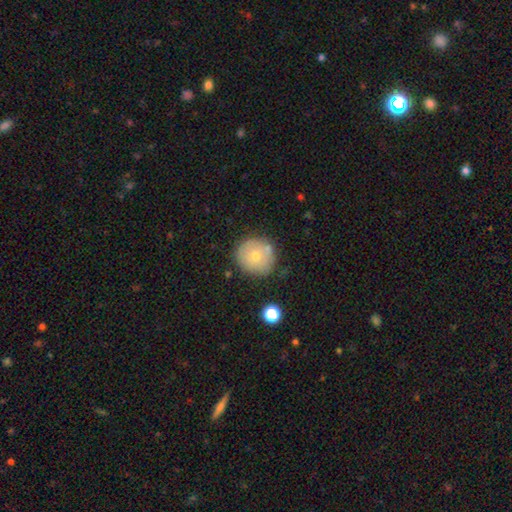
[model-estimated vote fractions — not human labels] This is likely a smooth galaxy (68%). How rounded: clearly round (92%). Merging: likely none (76%).